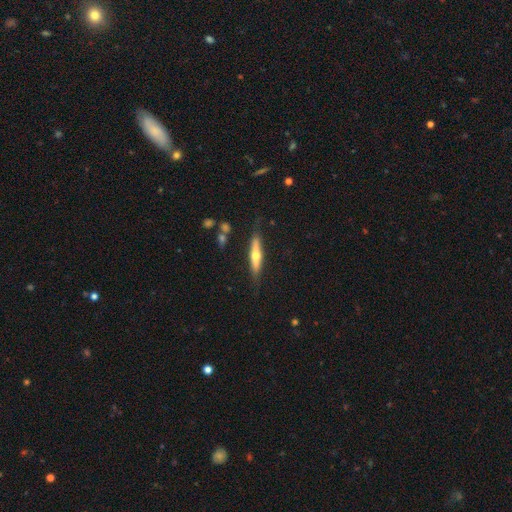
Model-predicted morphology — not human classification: Smooth or featured? Predicted: featured or disk (p=0.55). Edge-on disk? Predicted: yes (p=0.92). Edge-on bulge? Predicted: rounded (p=0.90). Merging? Predicted: none (p=0.82).